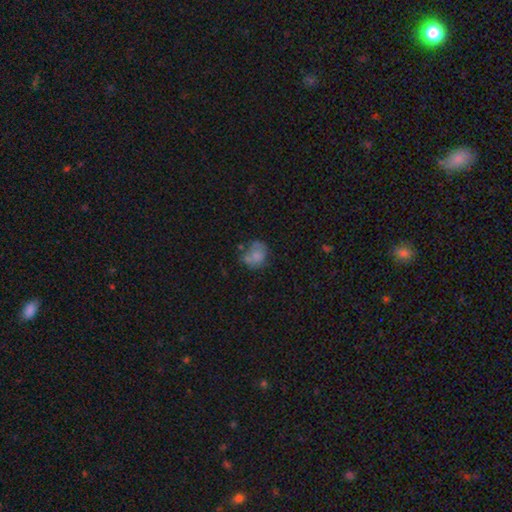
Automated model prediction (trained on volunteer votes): Morphology: type=smooth (65%); roundness=round (62%); merging=none (45%).